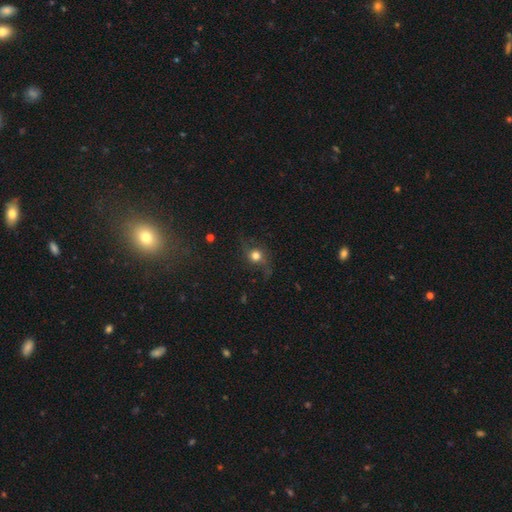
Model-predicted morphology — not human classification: Q: Smooth or featured?
A: smooth (47%); runner-up: featured or disk (34%)
Q: Merging?
A: none (64%); runner-up: minor disturbance (18%)